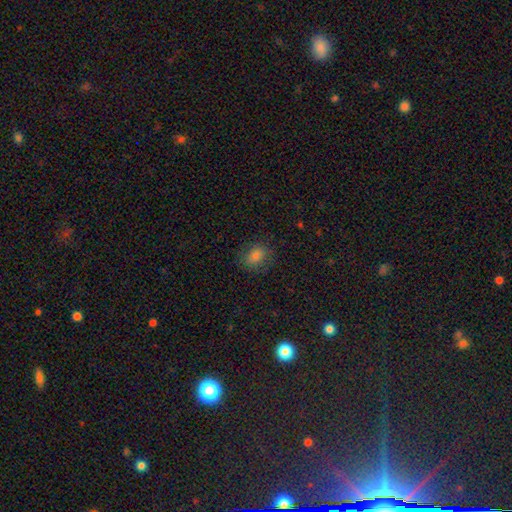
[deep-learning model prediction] Overall: smooth (77%). How rounded: in between (56%; round 42%). Merging: none (82%).